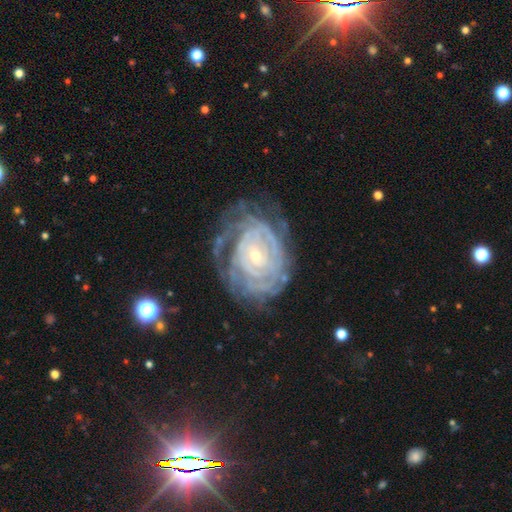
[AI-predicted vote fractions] Overall: featured or disk (87%). Edge-on disk: no (97%). Bar: no (64%; weak 26%). Spiral arms: yes (94%). Spiral arm count: can't tell (43%; 4 15%). Spiral winding: tight (83%). Bulge size: small (78%). Merging: none (64%).